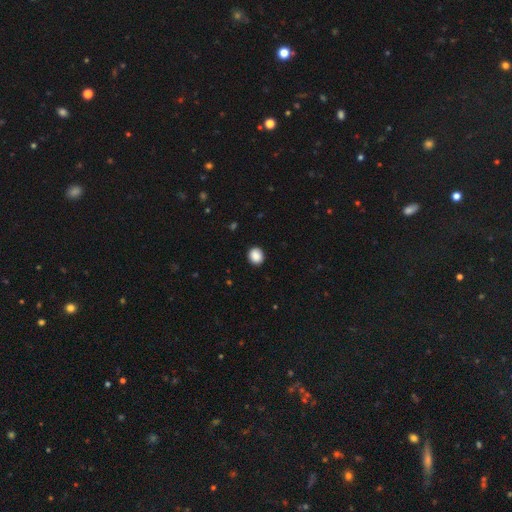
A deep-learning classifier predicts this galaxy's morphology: type=smooth (89%); roundness=round (78%); merging=none (90%).